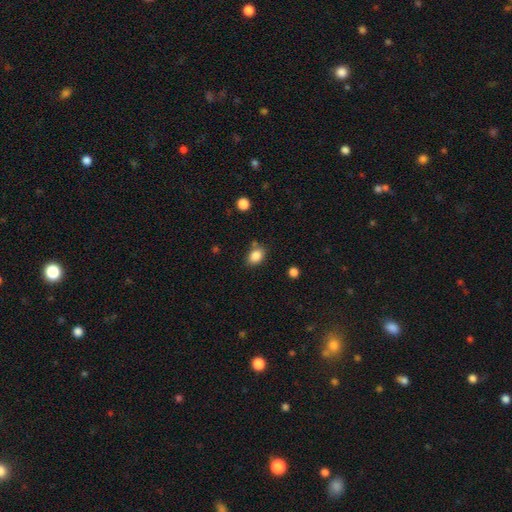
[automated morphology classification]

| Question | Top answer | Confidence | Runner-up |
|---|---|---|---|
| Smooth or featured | smooth | 85% | star or artifact (10%) |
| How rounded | in between | 69% | round (30%) |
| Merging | none | 75% | minor disturbance (14%) |